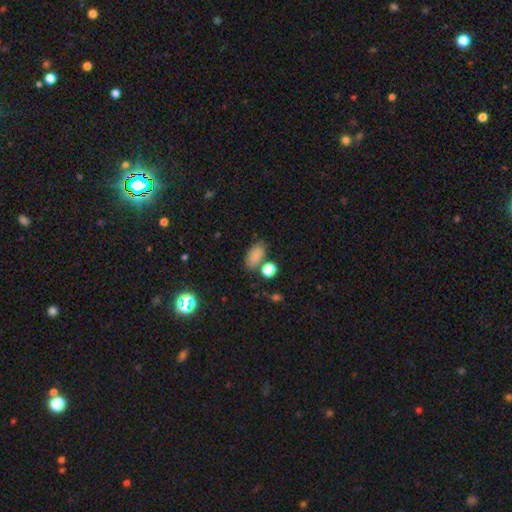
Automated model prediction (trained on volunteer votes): smooth 81%, star or artifact 12%, featured or disk 8%. Down the decision tree: how rounded — in between (87%); merging — none (66%).